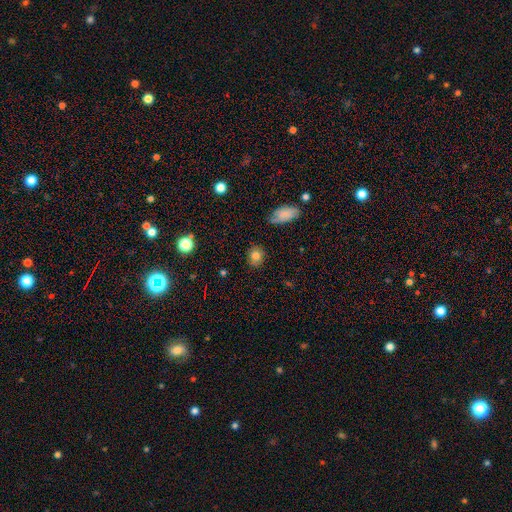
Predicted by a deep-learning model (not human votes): This is clearly a smooth galaxy (80%). How rounded: likely round (61%). Merging: clearly none (83%).